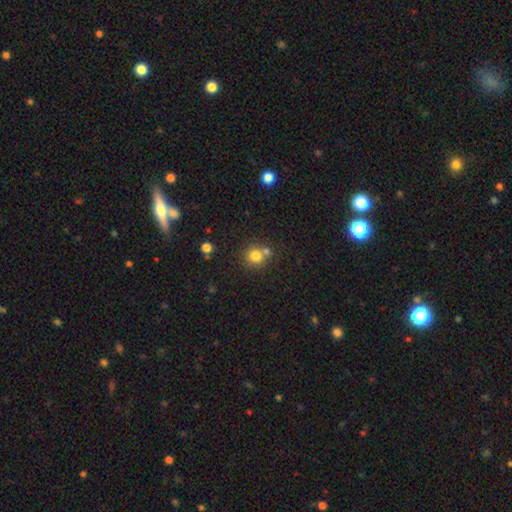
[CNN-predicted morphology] A smooth galaxy with no disk features (79%) that is round (90%).

Vote fractions:
- Smooth or featured? smooth: 79% / star or artifact: 13% / featured or disk: 8%
- How rounded? round: 90% / in between: 9% / cigar-shaped: 1%
- Merging? none: 61% / merger: 28% / minor disturbance: 8% / major disturbance: 3%